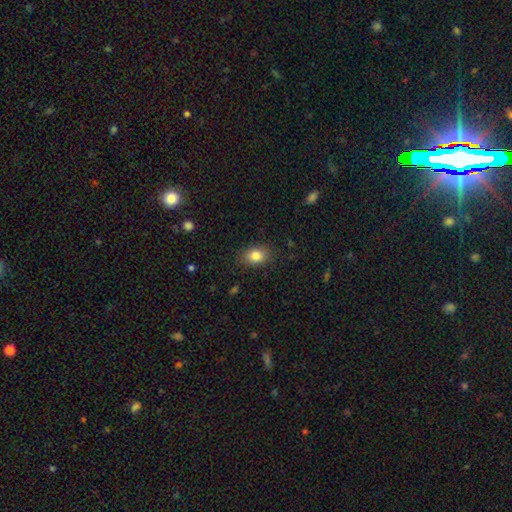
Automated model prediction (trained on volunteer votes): smooth 83%, star or artifact 9%, featured or disk 7%. Down the decision tree: how rounded — in between (72%); merging — none (85%).